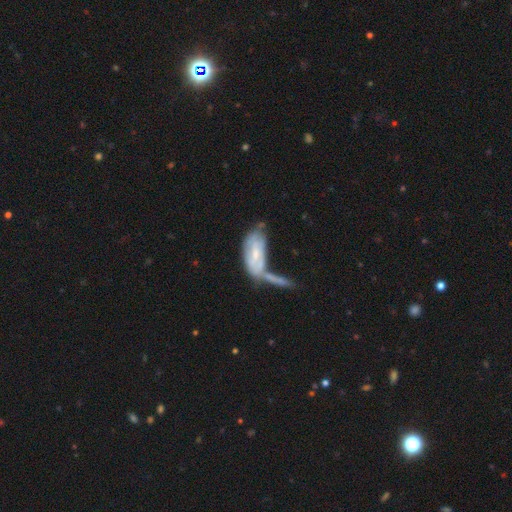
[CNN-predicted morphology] Overall: featured or disk (54%; smooth 40%). Edge-on disk: no (85%). Merging: merger (46%; none 25%).